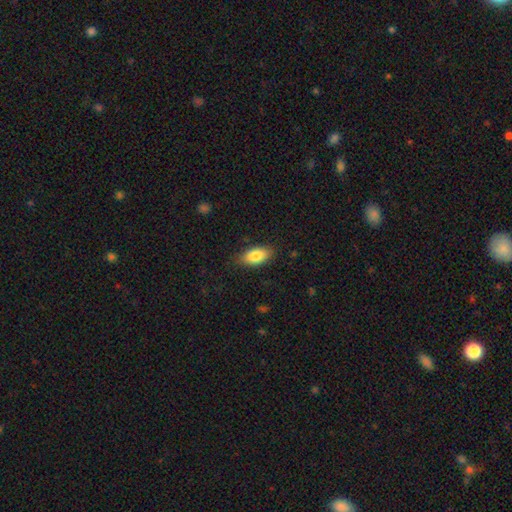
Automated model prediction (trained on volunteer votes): Smooth or featured? smooth (85%)
How rounded? in between (91%)
Merging? none (82%)